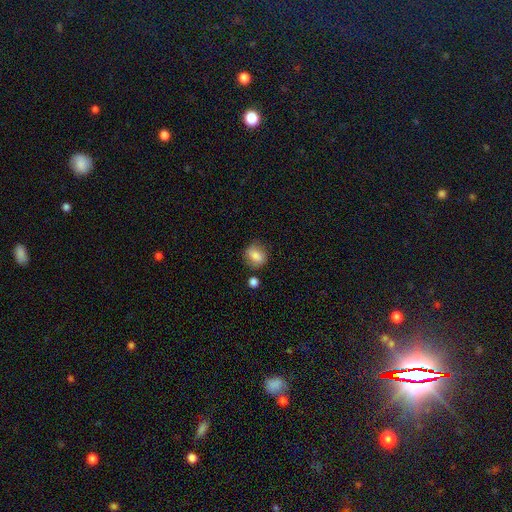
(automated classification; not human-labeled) Smooth or featured?
  - smooth: 82% *
  - featured or disk: 10%
  - star or artifact: 8%
How rounded?
  - round: 53% *
  - in between: 45%
  - cigar-shaped: 2%
Merging?
  - none: 71% *
  - minor disturbance: 18%
  - merger: 6%
  - major disturbance: 5%